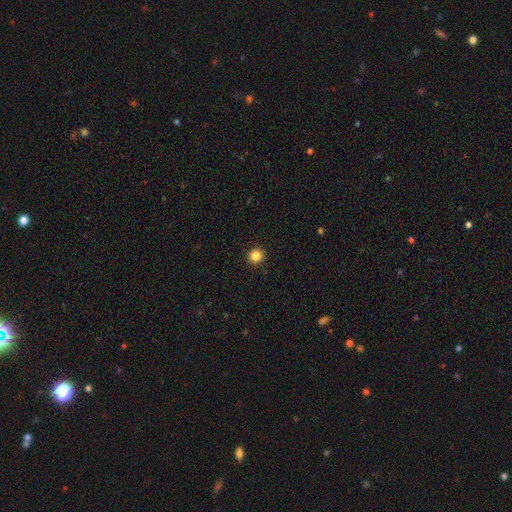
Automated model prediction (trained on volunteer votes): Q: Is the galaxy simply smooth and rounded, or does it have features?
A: smooth — 84%.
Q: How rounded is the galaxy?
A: round — 93%.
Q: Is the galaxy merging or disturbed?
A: none — 93%.